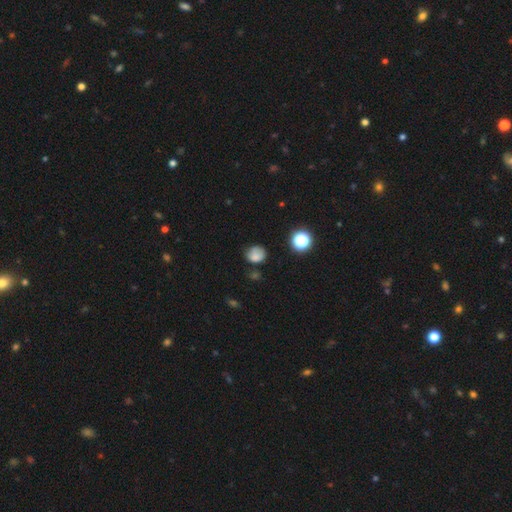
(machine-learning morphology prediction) Smooth or featured? smooth (75%)
How rounded? round (69%)
Merging? none (59%)